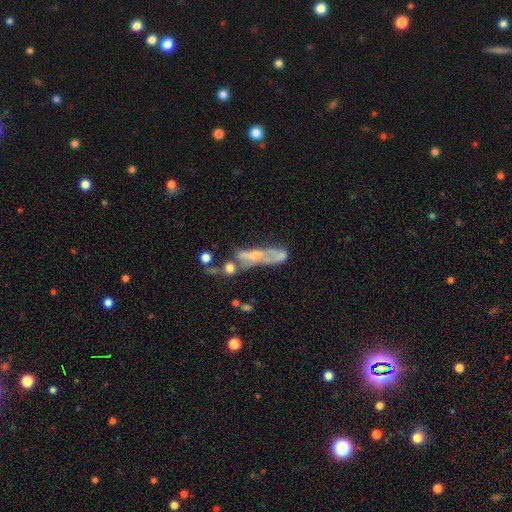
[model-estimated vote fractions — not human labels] smooth_or_featured: featured or disk (p=0.49) [alt: smooth p=0.38]
merging: merger (p=0.36) [alt: major disturbance p=0.30]